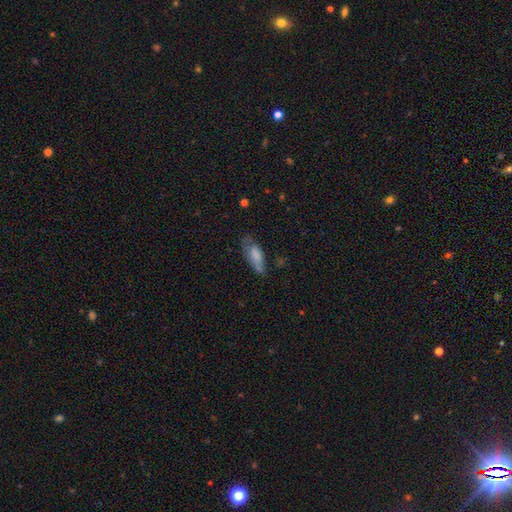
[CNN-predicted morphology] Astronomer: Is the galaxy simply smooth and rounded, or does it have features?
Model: smooth — 71%.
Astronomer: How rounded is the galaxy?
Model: in between — 73%.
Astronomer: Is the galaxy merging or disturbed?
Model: none — 47% (runner-up: minor disturbance, 32%).